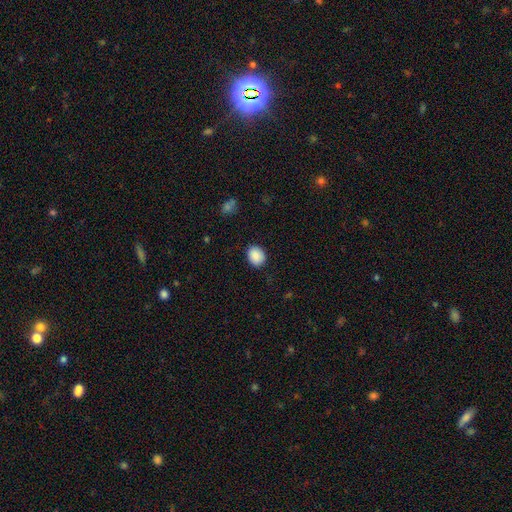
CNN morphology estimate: smooth 90%, star or artifact 7%, featured or disk 3%. Down the decision tree: how rounded — in between (52%); merging — none (86%).